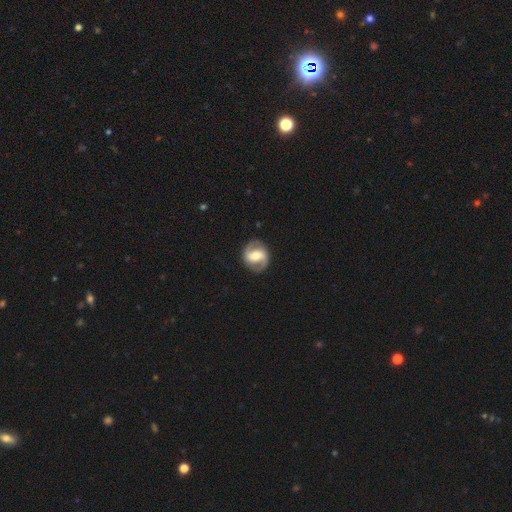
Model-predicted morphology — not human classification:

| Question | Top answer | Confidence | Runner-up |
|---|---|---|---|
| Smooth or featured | featured or disk | 79% | smooth (16%) |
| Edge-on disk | no | 97% | yes (3%) |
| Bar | weak | 39% | strong (37%) |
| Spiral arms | yes | 91% | no (9%) |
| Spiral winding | medium | 51% | tight (28%) |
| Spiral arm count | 2 | 92% | can't tell (3%) |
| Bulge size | moderate | 63% | small (21%) |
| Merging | none | 86% | minor disturbance (9%) |